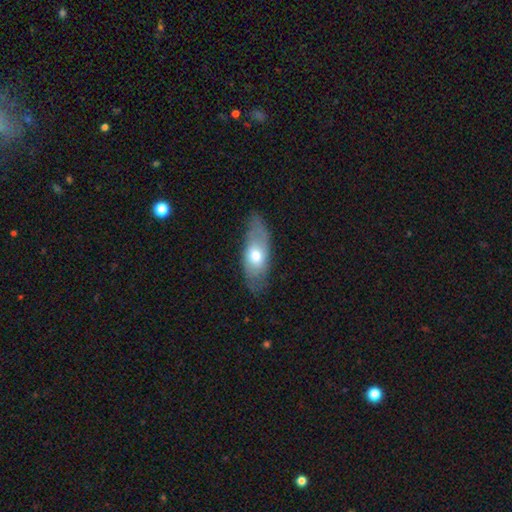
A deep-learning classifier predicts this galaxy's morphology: This appears to be a smooth galaxy with no disk features (58%) that is in between round and cigar-shaped (79%). Merging: none (70%).